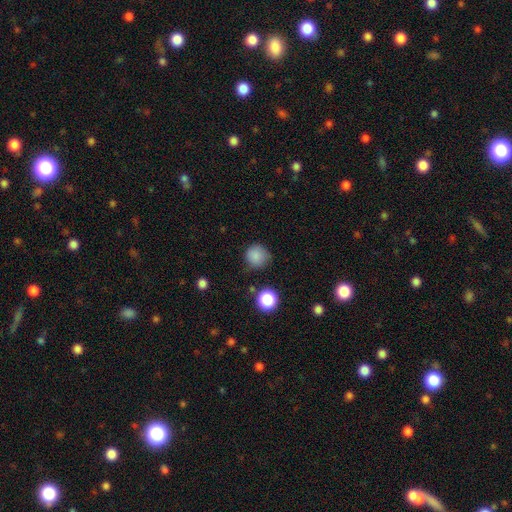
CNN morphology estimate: type=smooth (83%); roundness=round (92%); merging=none (78%).